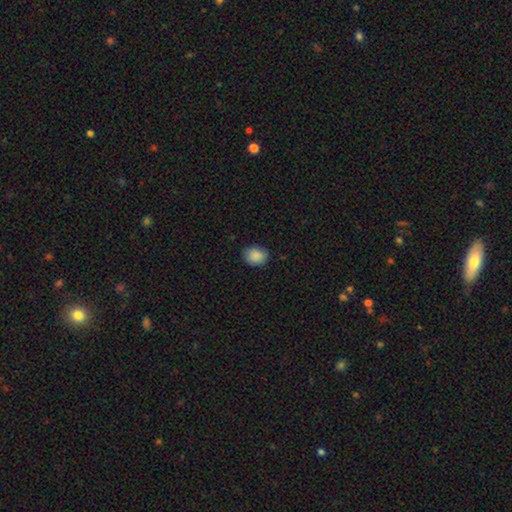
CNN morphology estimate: Overall: smooth (88%). How rounded: round (51%; in between 49%). Merging: none (82%).